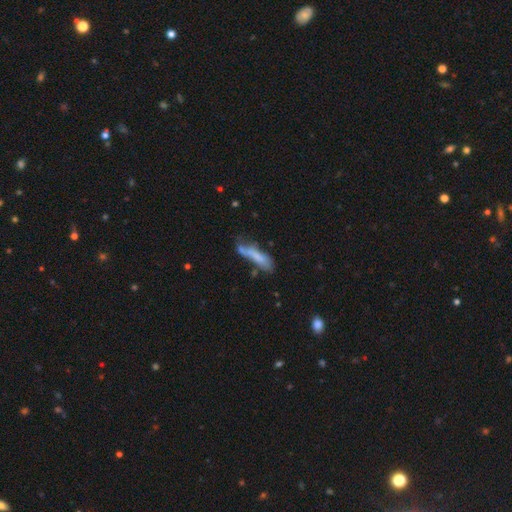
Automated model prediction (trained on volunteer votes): Q: Smooth or featured?
A: smooth (61%); runner-up: featured or disk (29%)
Q: How rounded?
A: cigar-shaped (70%); runner-up: in between (29%)
Q: Merging?
A: none (37%); runner-up: minor disturbance (27%)